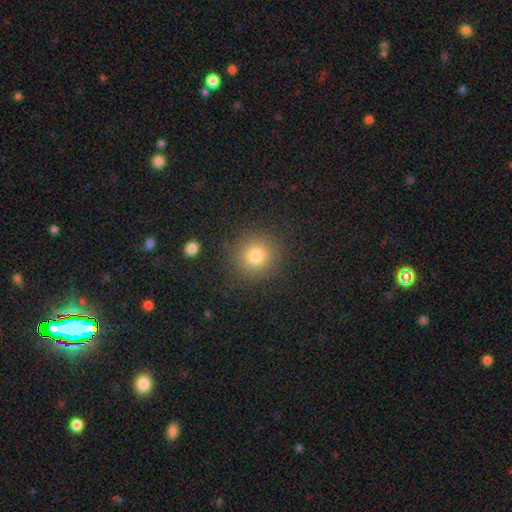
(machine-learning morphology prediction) This appears to be a smooth galaxy with no disk features (80%) that is round (89%). Merging: none (87%).